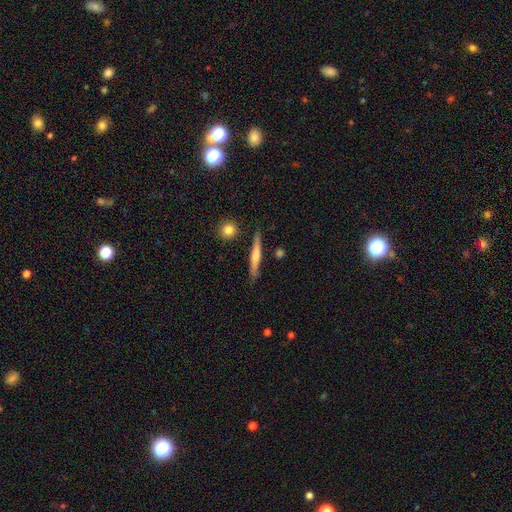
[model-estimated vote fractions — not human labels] Morphology: type=smooth (50%); merging=none (83%).